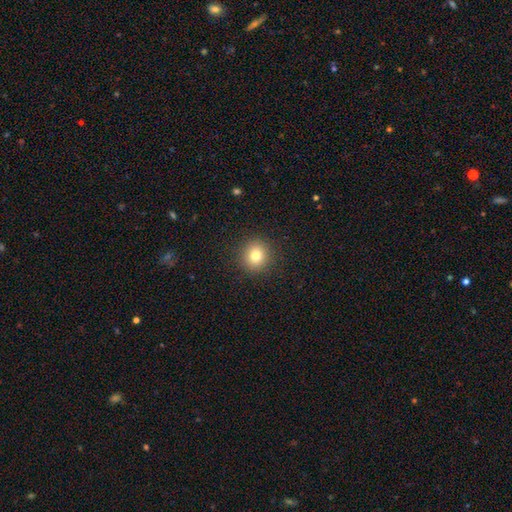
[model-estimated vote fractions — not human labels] Smooth or featured? Predicted: smooth (p=0.79). How rounded? Predicted: round (p=0.91). Merging? Predicted: none (p=0.91).